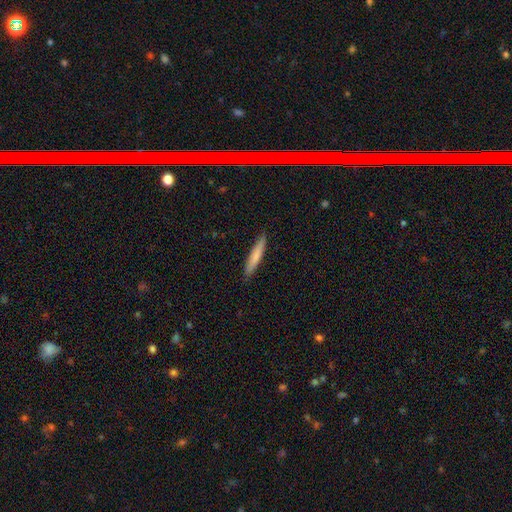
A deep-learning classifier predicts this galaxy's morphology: This is likely a smooth galaxy (75%). How rounded: clearly cigar-shaped (94%). Merging: clearly none (90%).